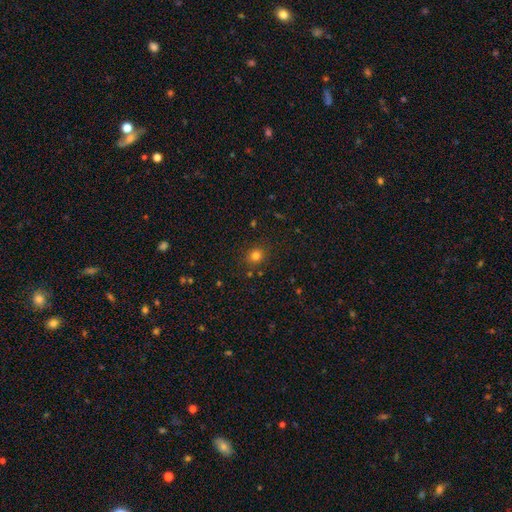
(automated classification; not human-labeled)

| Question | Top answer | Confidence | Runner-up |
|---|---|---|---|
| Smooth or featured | smooth | 79% | star or artifact (15%) |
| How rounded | round | 79% | in between (20%) |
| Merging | none | 84% | minor disturbance (10%) |